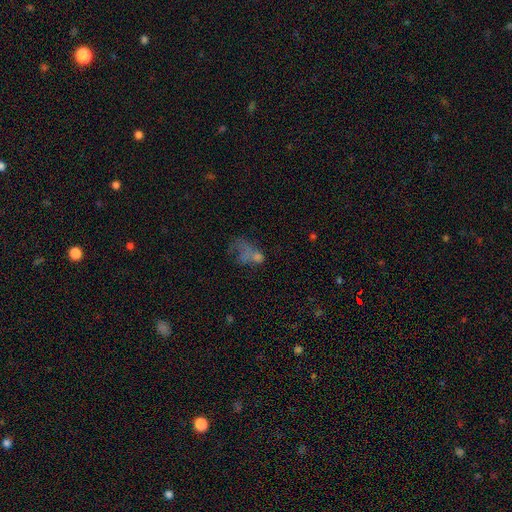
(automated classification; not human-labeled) smooth_or_featured: smooth (p=0.44) [alt: featured or disk p=0.30]
merging: major disturbance (p=0.39) [alt: none p=0.30]